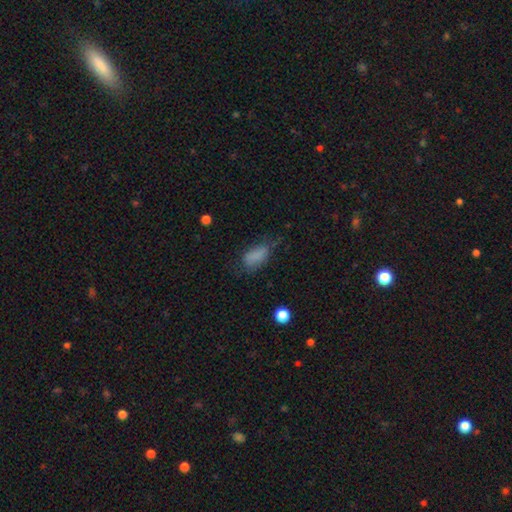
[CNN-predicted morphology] smooth-or-featured: smooth: 77% | star or artifact: 12% | featured or disk: 11%
  how-rounded: in between: 87% | cigar-shaped: 7% | round: 6%
  merging: none: 46% | minor disturbance: 33% | major disturbance: 19% | merger: 2%